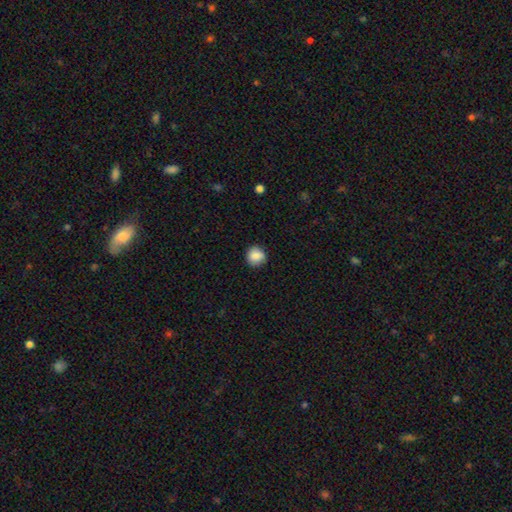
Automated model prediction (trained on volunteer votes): smooth 86%, star or artifact 9%, featured or disk 6%. Down the decision tree: how rounded — round (90%); merging — none (87%).